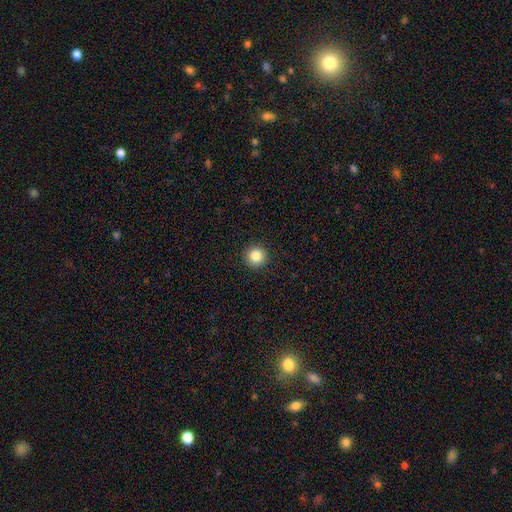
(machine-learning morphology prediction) smooth_or_featured: smooth (p=0.85) [alt: star or artifact p=0.10]
how_rounded: round (p=0.95) [alt: in between p=0.04]
merging: none (p=0.93) [alt: minor disturbance p=0.04]